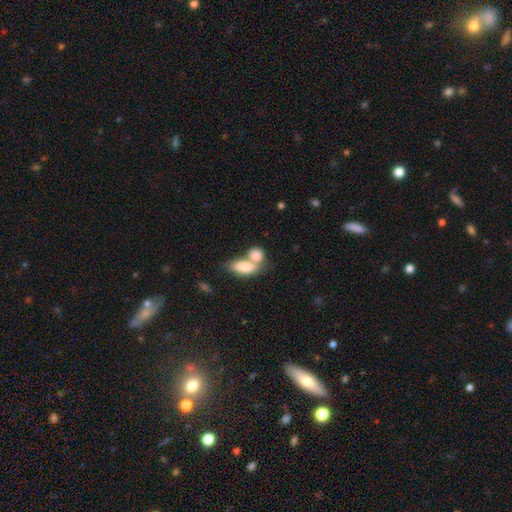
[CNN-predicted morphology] The model was most divided on "merging": merger: 63%, none: 25%, minor disturbance: 8%, major disturbance: 4%. More confident: smooth or featured — smooth (80%); how rounded — in between (73%).